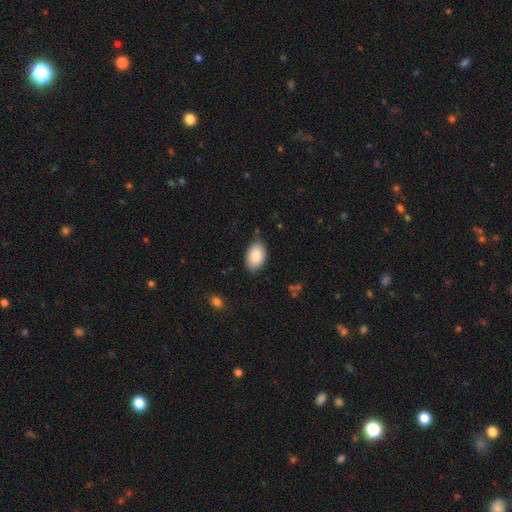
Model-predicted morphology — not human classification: Q: Smooth or featured?
A: smooth (89%); runner-up: star or artifact (6%)
Q: How rounded?
A: in between (93%); runner-up: round (6%)
Q: Merging?
A: none (83%); runner-up: minor disturbance (13%)